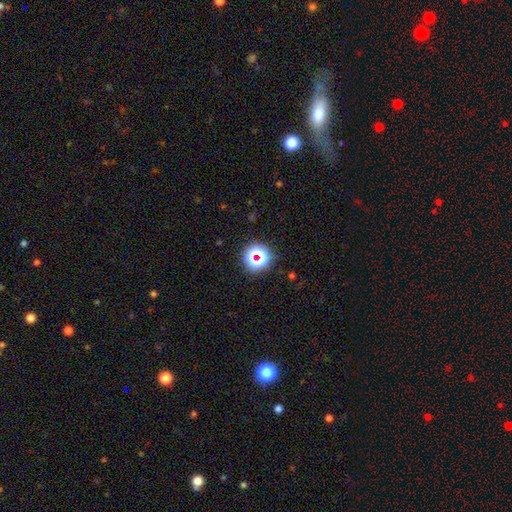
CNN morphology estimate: Overall: star or artifact (56%; smooth 34%).